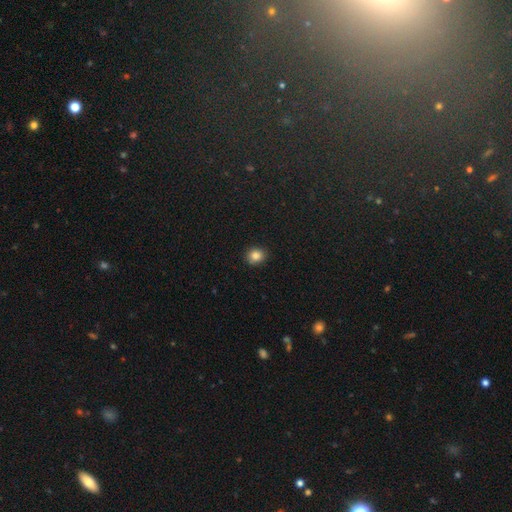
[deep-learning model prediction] Morphology: type=smooth (84%); roundness=round (78%); merging=none (89%).